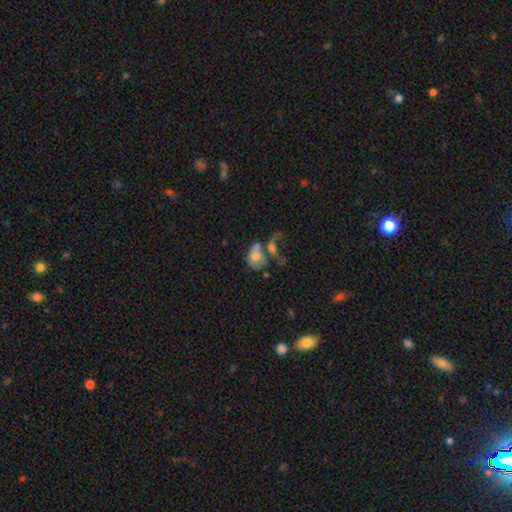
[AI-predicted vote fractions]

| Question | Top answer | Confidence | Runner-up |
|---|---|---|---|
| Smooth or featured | smooth | 52% | featured or disk (38%) |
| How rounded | in between | 67% | round (31%) |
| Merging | merger | 54% | major disturbance (22%) |